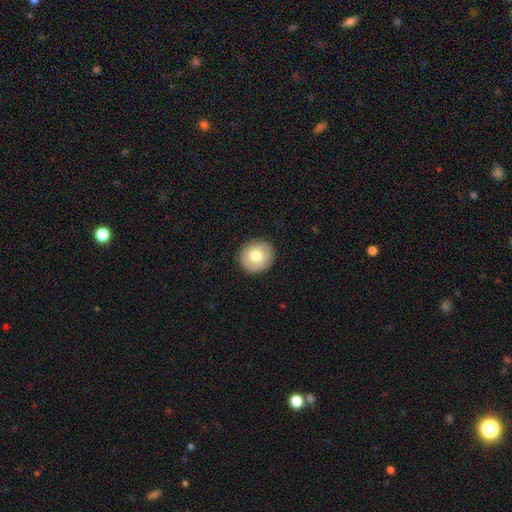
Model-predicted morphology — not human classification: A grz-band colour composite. It shows a smooth galaxy with no disk features (77%) that is round (87%). Merging: none (91%).